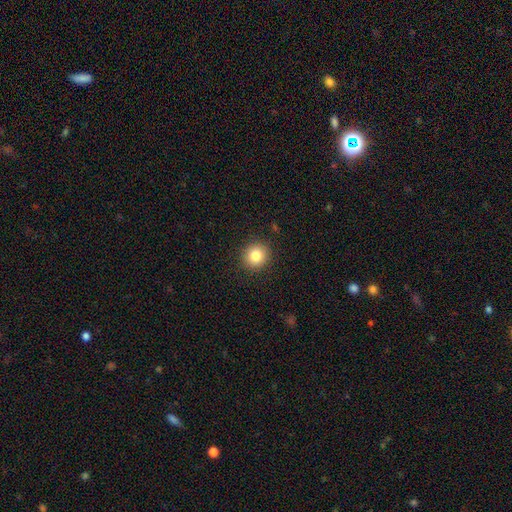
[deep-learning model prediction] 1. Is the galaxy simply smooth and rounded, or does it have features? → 83% smooth, 10% star or artifact, 7% featured or disk.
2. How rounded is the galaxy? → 91% round, 8% in between, 1% cigar-shaped.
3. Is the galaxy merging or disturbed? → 91% none, 6% minor disturbance, 2% major disturbance, 1% merger.